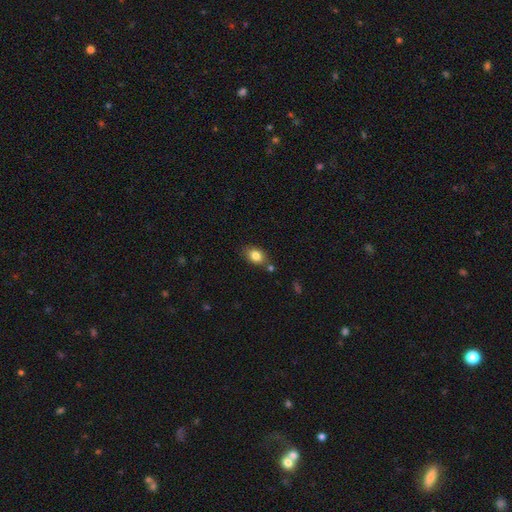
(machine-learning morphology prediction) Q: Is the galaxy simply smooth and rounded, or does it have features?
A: smooth — 83%.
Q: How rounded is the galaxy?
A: in between — 75%.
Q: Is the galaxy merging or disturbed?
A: none — 73%.